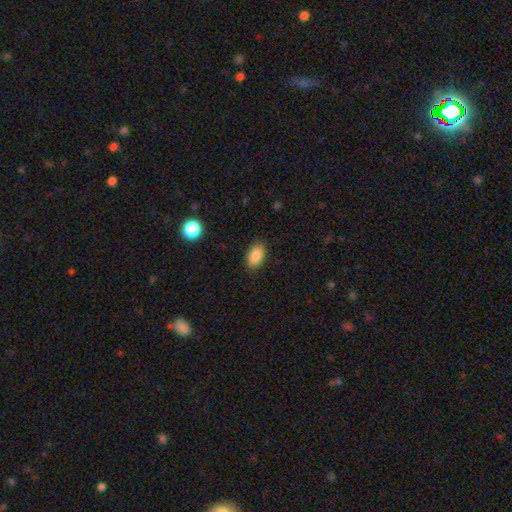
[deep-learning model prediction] smooth-or-featured: smooth: 87% | star or artifact: 8% | featured or disk: 5%
  how-rounded: in between: 92% | round: 6% | cigar-shaped: 2%
  merging: none: 86% | minor disturbance: 10% | major disturbance: 3% | merger: 1%